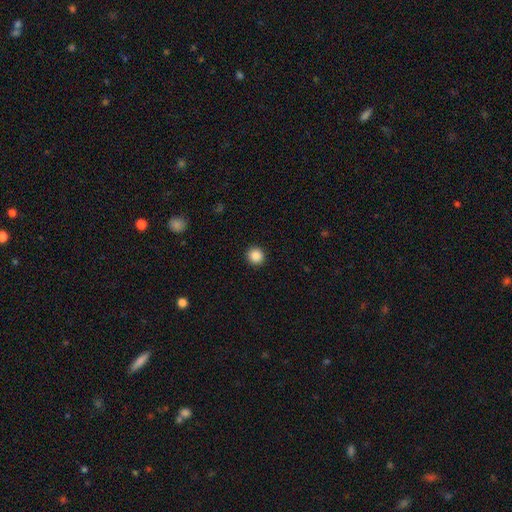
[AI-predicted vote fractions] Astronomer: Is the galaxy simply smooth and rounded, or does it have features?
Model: smooth — 88%.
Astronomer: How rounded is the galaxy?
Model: round — 92%.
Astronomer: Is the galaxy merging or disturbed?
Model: none — 93%.